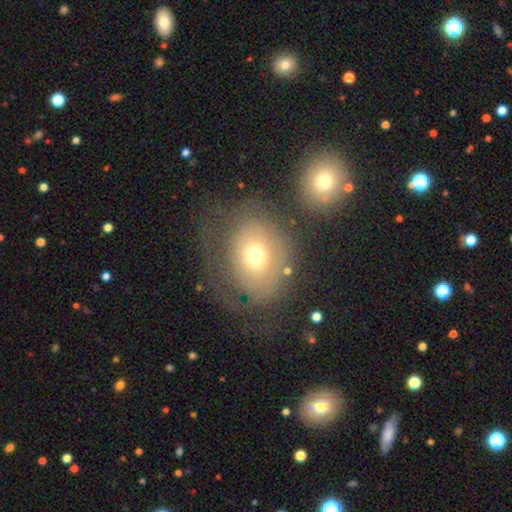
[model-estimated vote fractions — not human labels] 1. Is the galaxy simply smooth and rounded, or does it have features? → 55% smooth, 34% featured or disk, 11% star or artifact.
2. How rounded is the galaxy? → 55% round, 44% in between, 1% cigar-shaped.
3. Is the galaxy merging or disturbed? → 44% none, 29% major disturbance, 20% minor disturbance, 7% merger.